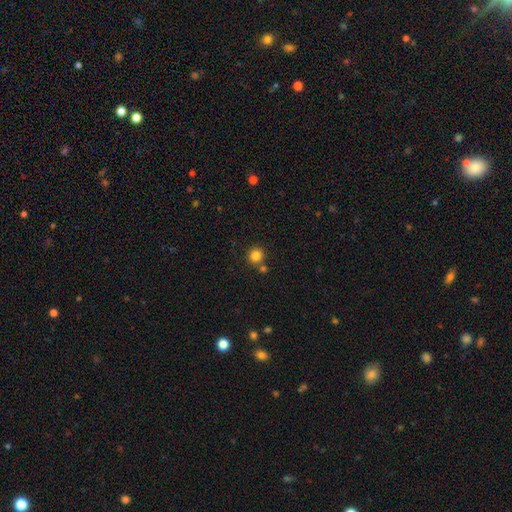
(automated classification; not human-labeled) A smooth galaxy with no disk features (83%) that is round (92%). Merging: none (77%).